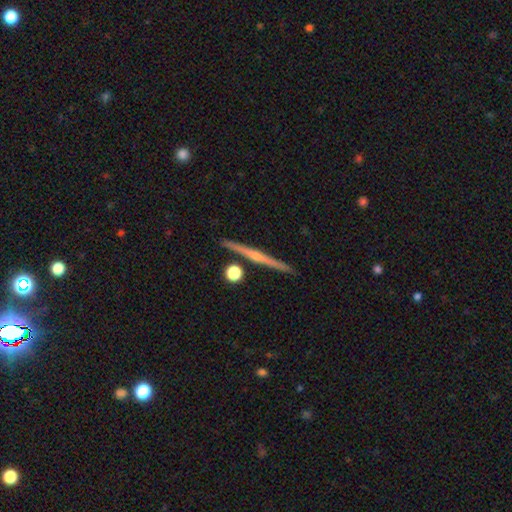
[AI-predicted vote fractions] This appears to be a featured or disk galaxy (75%) viewed edge-on (98%) with a rounded central bulge (77%). Merging: none (91%).